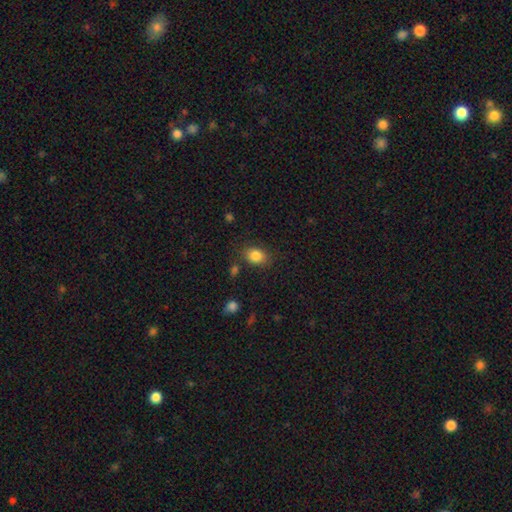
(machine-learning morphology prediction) Smooth or featured?
  - smooth: 85% *
  - star or artifact: 9%
  - featured or disk: 6%
How rounded?
  - in between: 68% *
  - round: 31%
  - cigar-shaped: 1%
Merging?
  - none: 79% *
  - minor disturbance: 13%
  - major disturbance: 4%
  - merger: 3%